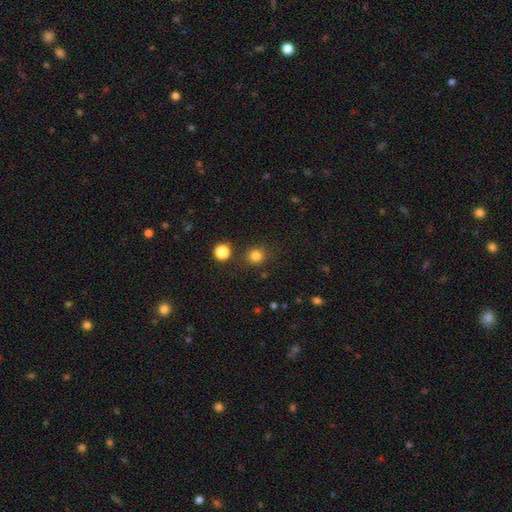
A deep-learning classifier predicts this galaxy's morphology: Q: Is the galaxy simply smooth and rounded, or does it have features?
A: smooth — 82%.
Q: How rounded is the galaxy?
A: round — 90%.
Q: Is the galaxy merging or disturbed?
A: none — 86%.